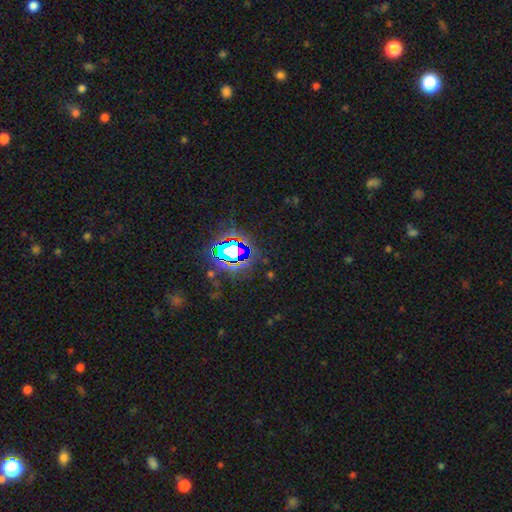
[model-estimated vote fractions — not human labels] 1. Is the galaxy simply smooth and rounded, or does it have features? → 80% star or artifact, 13% smooth, 7% featured or disk.